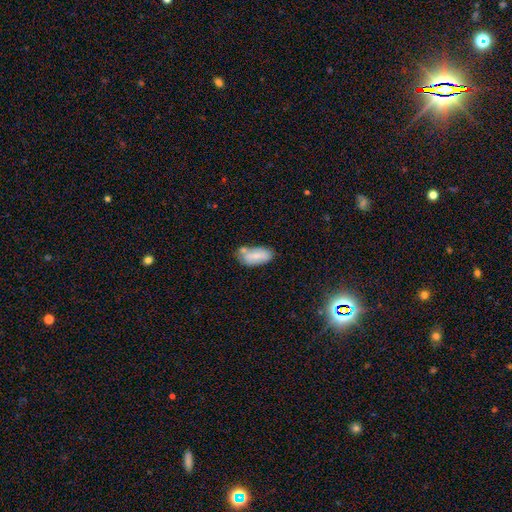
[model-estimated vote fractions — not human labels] Overall: smooth (70%). How rounded: in between (89%). Merging: none (54%; minor disturbance 23%).